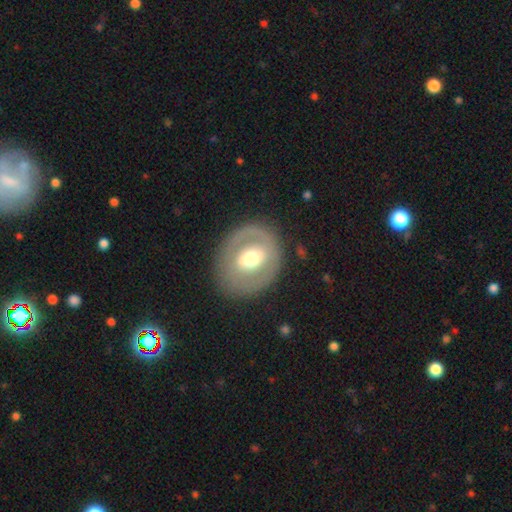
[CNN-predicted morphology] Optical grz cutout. It shows a featured or disk galaxy (57%) with no bar (43%), no spiral arms (69%) and a moderate central bulge (67%). Merging: none (84%).